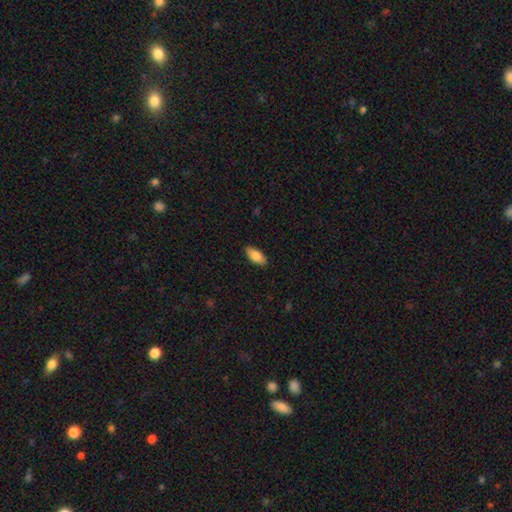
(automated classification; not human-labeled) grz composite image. It shows a smooth galaxy with no disk features (81%) that is in between round and cigar-shaped (86%). Merging: none (89%).